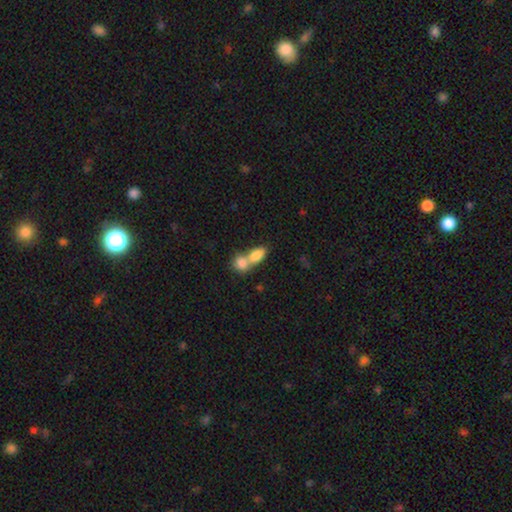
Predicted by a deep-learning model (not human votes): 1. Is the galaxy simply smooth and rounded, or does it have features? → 82% smooth, 11% featured or disk, 7% star or artifact.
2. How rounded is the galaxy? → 81% in between, 14% round, 5% cigar-shaped.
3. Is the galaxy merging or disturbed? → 70% merger, 21% none, 6% minor disturbance, 3% major disturbance.